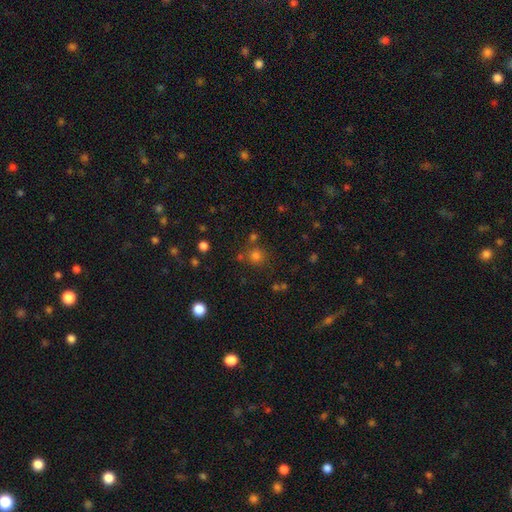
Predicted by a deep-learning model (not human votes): A smooth galaxy with no disk features (74%) that is round (90%). Merging: none (76%).